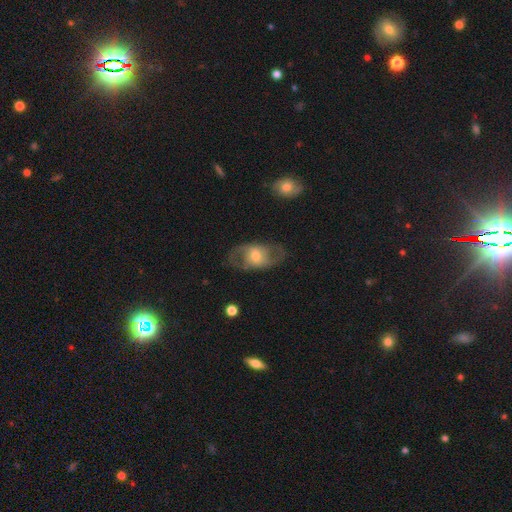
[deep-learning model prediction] Smooth or featured?
  - featured or disk: 67% *
  - smooth: 26%
  - star or artifact: 6%
Edge-on disk?
  - no: 93% *
  - yes: 7%
Bar?
  - no: 48% *
  - weak: 39%
  - strong: 13%
Spiral arms?
  - yes: 77% *
  - no: 23%
Bulge size?
  - moderate: 58% *
  - small: 27%
  - large: 12%
  - none: 2%
  - dominant: 1%
Merging?
  - none: 73% *
  - minor disturbance: 15%
  - major disturbance: 10%
  - merger: 2%